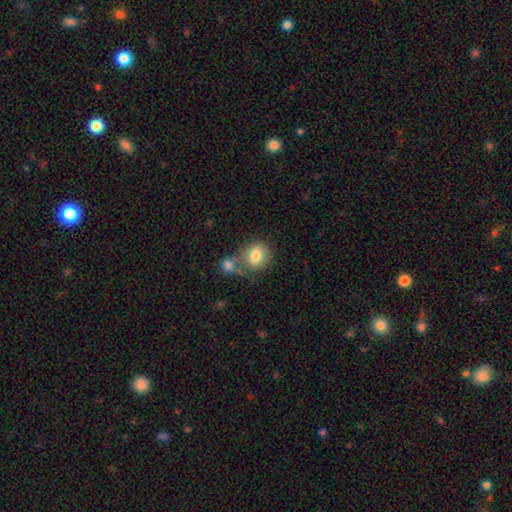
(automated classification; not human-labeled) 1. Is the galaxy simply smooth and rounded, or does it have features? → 80% smooth, 12% featured or disk, 8% star or artifact.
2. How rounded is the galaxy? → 66% round, 33% in between, 1% cigar-shaped.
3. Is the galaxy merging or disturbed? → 46% none, 33% merger, 14% minor disturbance, 7% major disturbance.